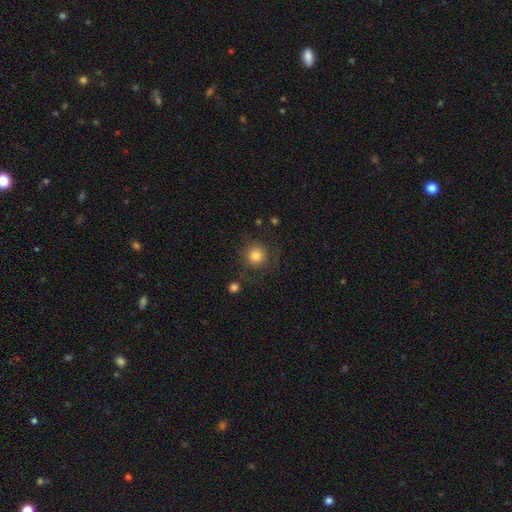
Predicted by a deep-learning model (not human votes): Smooth or featured? Predicted: smooth (p=0.82). How rounded? Predicted: round (p=0.94). Merging? Predicted: none (p=0.79).